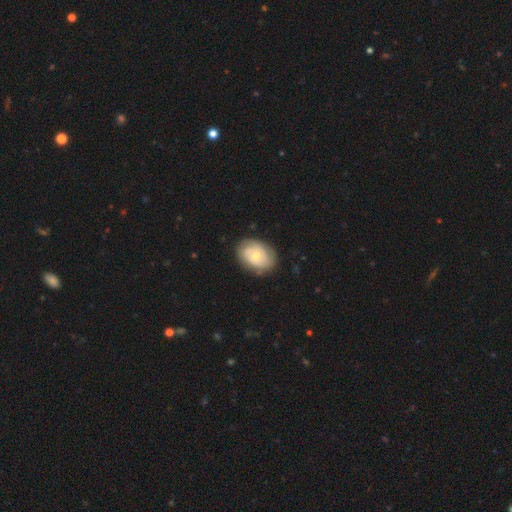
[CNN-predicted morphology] The model was most divided on "bulge size": small: 50%, moderate: 46%, large: 2%, none: 1%, dominant: 1%. More confident: edge-on disk — no (96%); bar — no (80%); merging — none (78%); spiral arms — yes (70%); smooth or featured — featured or disk (53%).